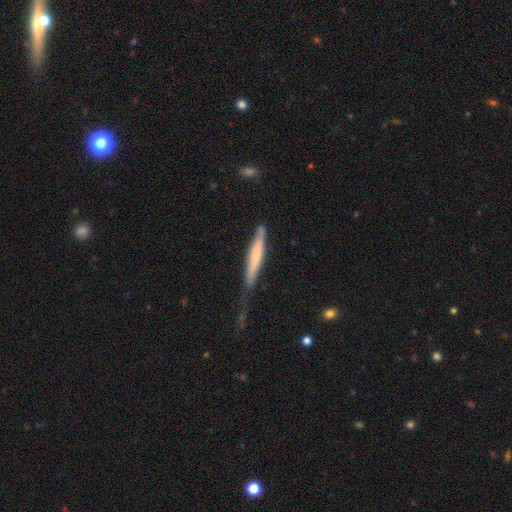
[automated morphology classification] Smooth or featured: smooth — 54% (featured or disk — 40%)
How rounded: cigar-shaped — 94% (in between — 4%)
Merging: none — 48% (minor disturbance — 32%)